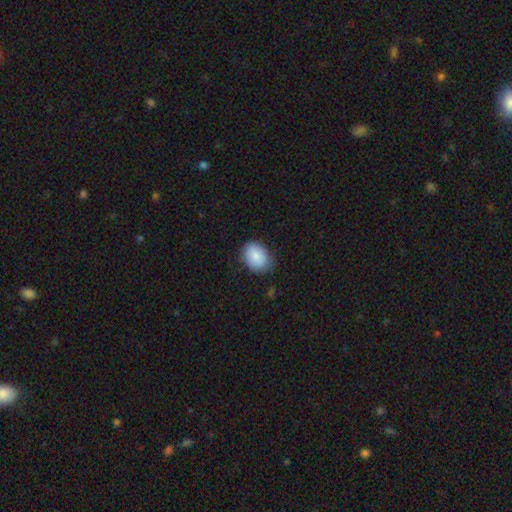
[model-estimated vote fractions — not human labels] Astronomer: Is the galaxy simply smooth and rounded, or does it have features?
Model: smooth — 85%.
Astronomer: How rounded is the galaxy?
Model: in between — 65%.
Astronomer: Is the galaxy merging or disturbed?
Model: none — 77%.